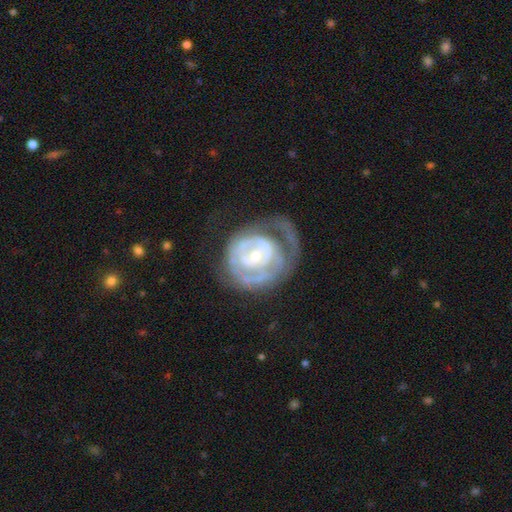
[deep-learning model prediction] A featured or disk galaxy (76%) with no bar (69%), tight (64%) spiral arms (68%) and a small central bulge (60%). Merging: none (38%).